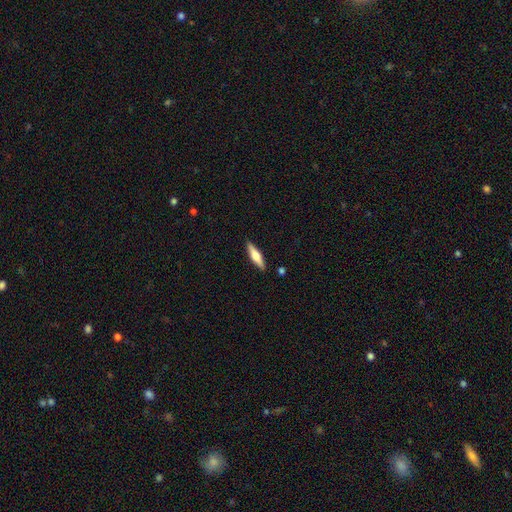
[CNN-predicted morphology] smooth 49%, featured or disk 46%, star or artifact 5%. Down the decision tree: merging — none (89%).